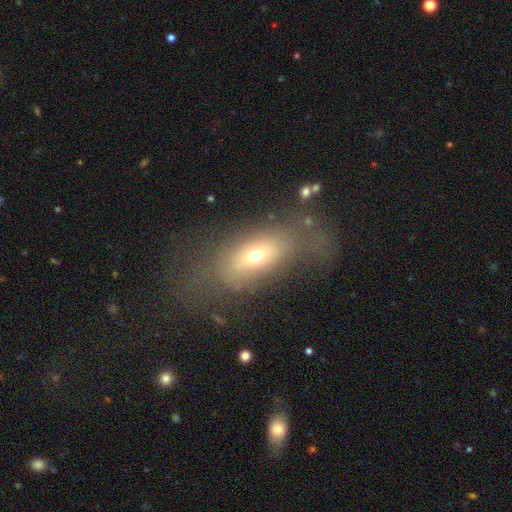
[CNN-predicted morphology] Smooth or featured? Predicted: smooth (p=0.57). How rounded? Predicted: in between (p=0.78). Merging? Predicted: none (p=0.45).